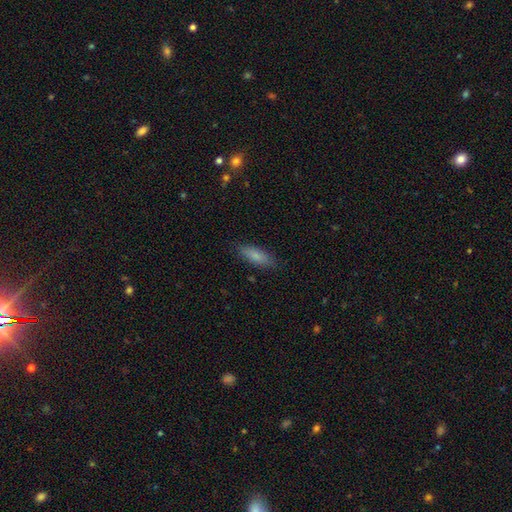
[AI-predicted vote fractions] This appears to be a smooth galaxy with no disk features (81%) that is in between round and cigar-shaped (53%). Merging: none (84%).